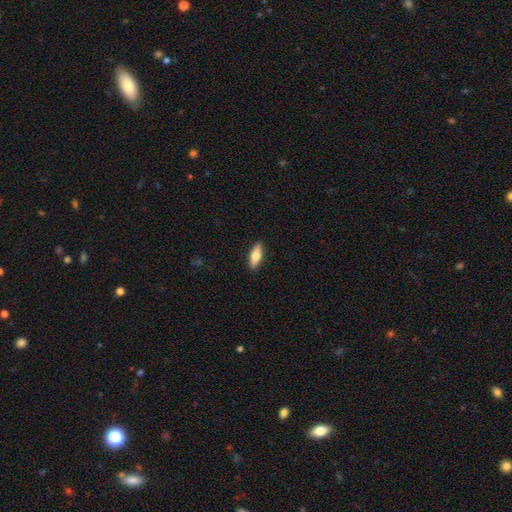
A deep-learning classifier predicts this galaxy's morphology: This appears to be a smooth galaxy with no disk features (69%) that is in between round and cigar-shaped (64%). Merging: none (89%).